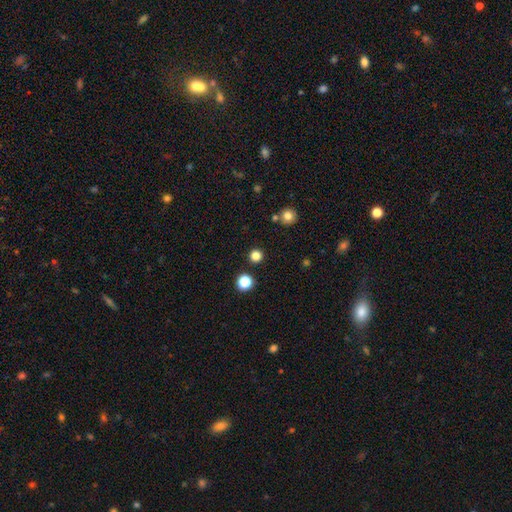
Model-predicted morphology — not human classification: The model was most divided on "smooth or featured": smooth: 81%, star or artifact: 16%, featured or disk: 4%. More confident: how rounded — round (95%); merging — none (90%).